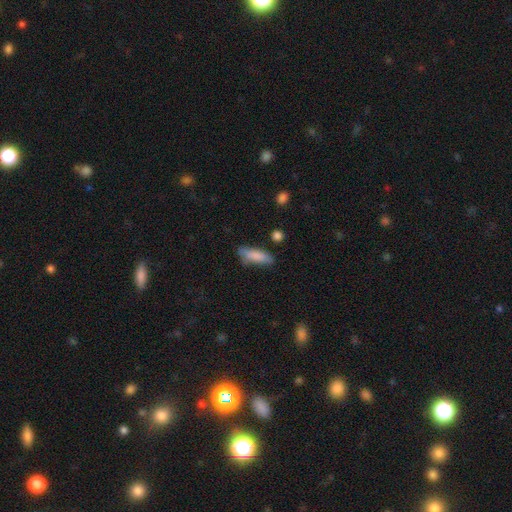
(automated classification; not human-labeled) smooth 84%, featured or disk 10%, star or artifact 6%. Down the decision tree: how rounded — in between (56%); merging — none (70%).